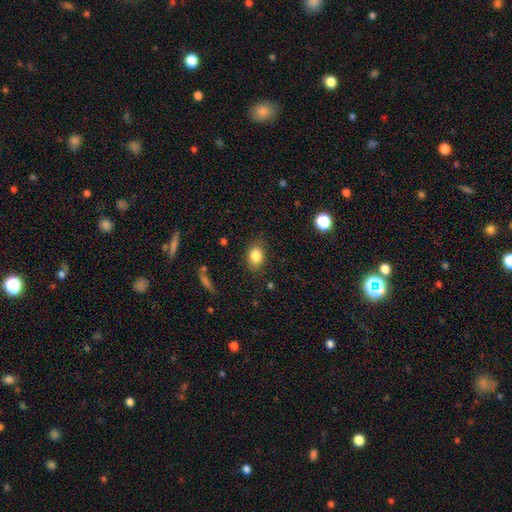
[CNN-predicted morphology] smooth 83%, star or artifact 9%, featured or disk 7%. Down the decision tree: how rounded — in between (69%); merging — none (81%).